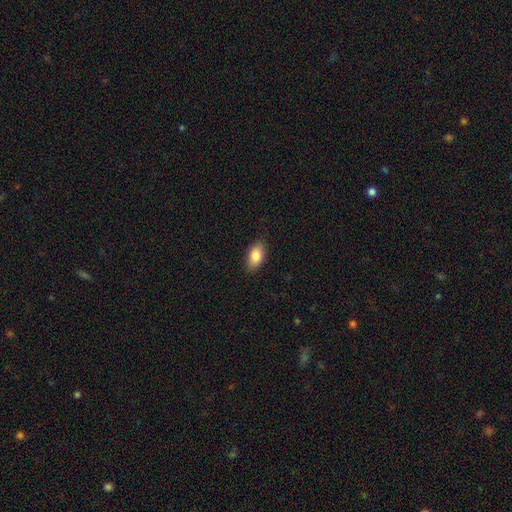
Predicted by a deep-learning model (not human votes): smooth-or-featured: smooth: 84% | featured or disk: 9% | star or artifact: 7%
  how-rounded: in between: 92% | round: 5% | cigar-shaped: 4%
  merging: none: 86% | minor disturbance: 10% | major disturbance: 2% | merger: 1%